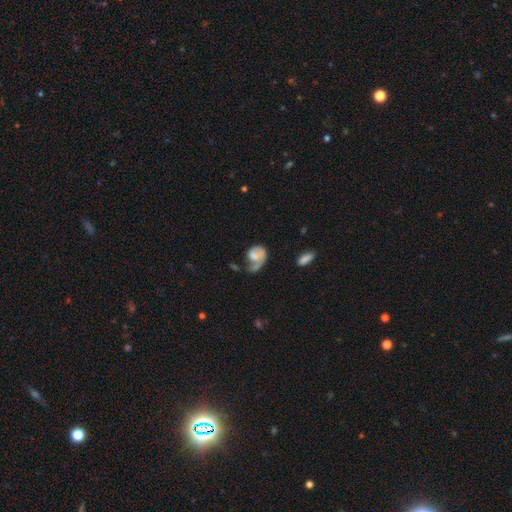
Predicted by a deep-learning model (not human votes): Overall: featured or disk (51%; smooth 41%). Edge-on disk: no (97%). Merging: major disturbance (46%; none 29%).